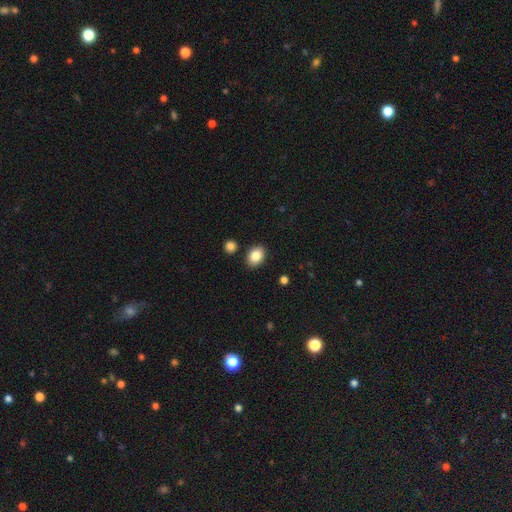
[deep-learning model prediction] This appears to be a smooth galaxy with no disk features (86%) that is in between round and cigar-shaped (71%). Merging: none (86%).